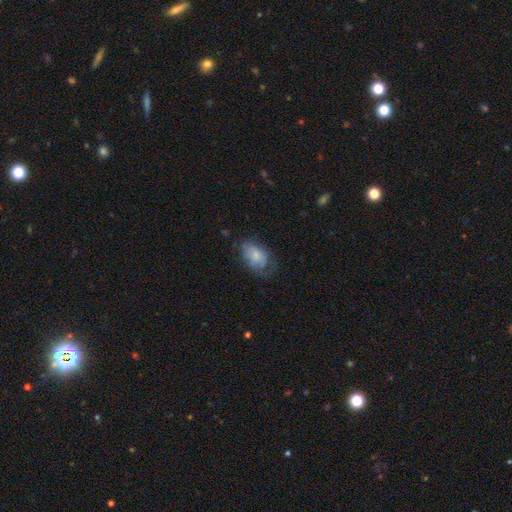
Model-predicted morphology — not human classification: Smooth or featured? Predicted: smooth (p=0.71). How rounded? Predicted: in between (p=0.86). Merging? Predicted: none (p=0.47).